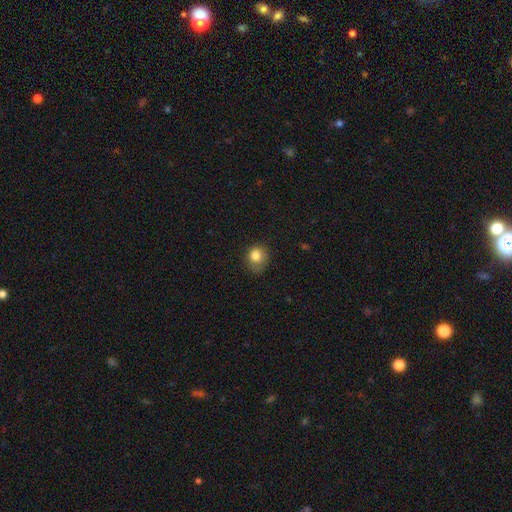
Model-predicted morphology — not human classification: The model was most divided on "merging": none: 57%, minor disturbance: 30%, major disturbance: 12%, merger: 2%. More confident: smooth or featured — smooth (81%); how rounded — round (72%).